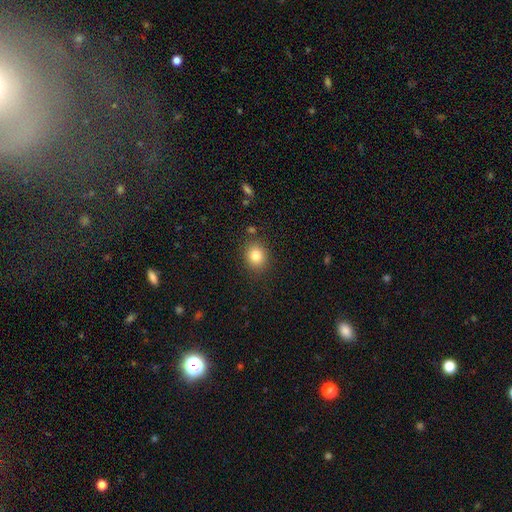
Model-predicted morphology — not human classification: Smooth or featured? smooth (83%)
How rounded? round (68%)
Merging? none (85%)